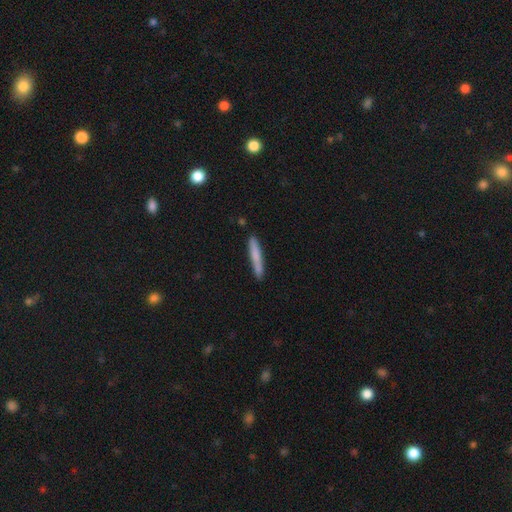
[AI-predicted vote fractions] Smooth or featured?
  - smooth: 74% *
  - featured or disk: 20%
  - star or artifact: 6%
How rounded?
  - cigar-shaped: 95% *
  - in between: 4%
  - round: 1%
Merging?
  - none: 84% *
  - minor disturbance: 12%
  - merger: 2%
  - major disturbance: 2%